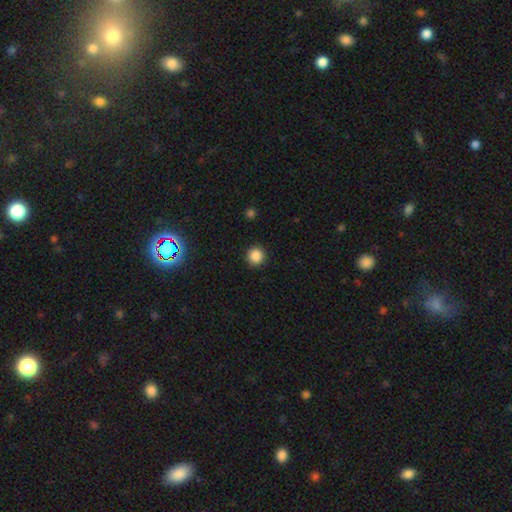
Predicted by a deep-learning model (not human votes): Smooth or featured? smooth (86%)
How rounded? round (95%)
Merging? none (92%)